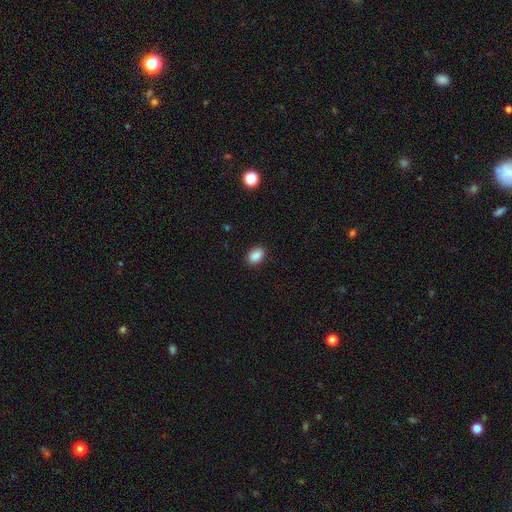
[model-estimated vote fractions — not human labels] Smooth or featured? Predicted: smooth (p=0.88). How rounded? Predicted: in between (p=0.83). Merging? Predicted: none (p=0.88).